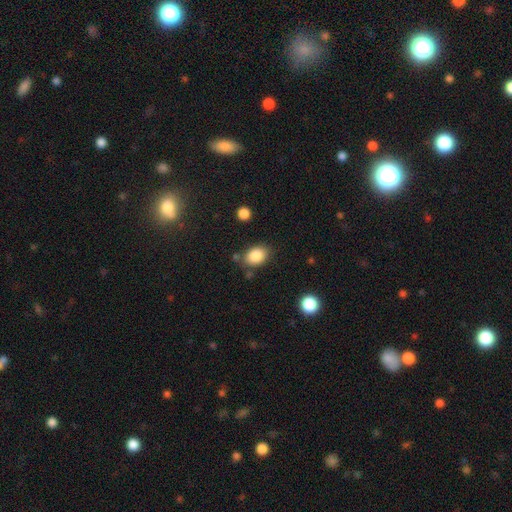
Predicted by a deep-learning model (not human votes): Smooth or featured? smooth (86%)
How rounded? in between (76%)
Merging? none (75%)